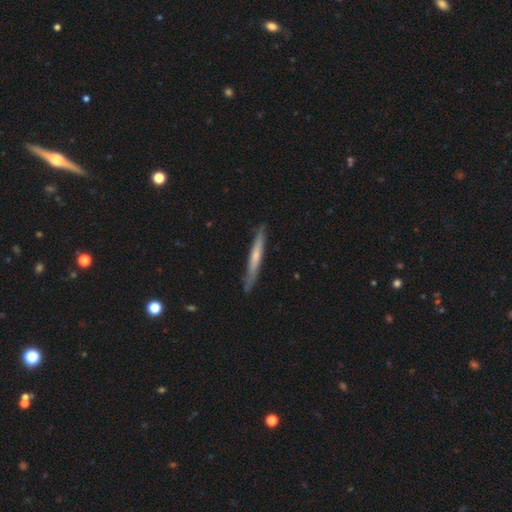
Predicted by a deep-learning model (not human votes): This appears to be a smooth galaxy with no disk features (50%). Merging: none (85%).